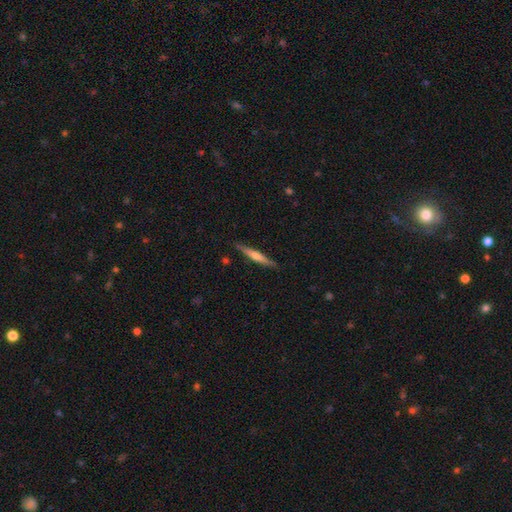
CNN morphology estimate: Smooth or featured?
  - featured or disk: 51% *
  - smooth: 43%
  - star or artifact: 6%
Edge-on disk?
  - yes: 97% *
  - no: 3%
Merging?
  - none: 87% *
  - minor disturbance: 9%
  - major disturbance: 2%
  - merger: 1%